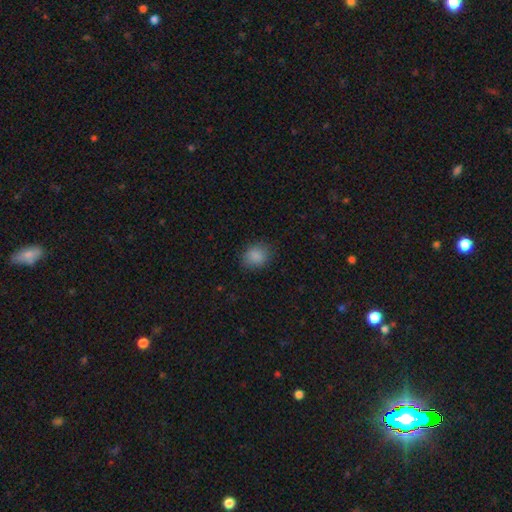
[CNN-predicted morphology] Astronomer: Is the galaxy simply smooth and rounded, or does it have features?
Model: smooth — 86%.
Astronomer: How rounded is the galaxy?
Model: round — 58% (runner-up: in between, 41%).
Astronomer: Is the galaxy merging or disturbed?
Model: none — 82%.